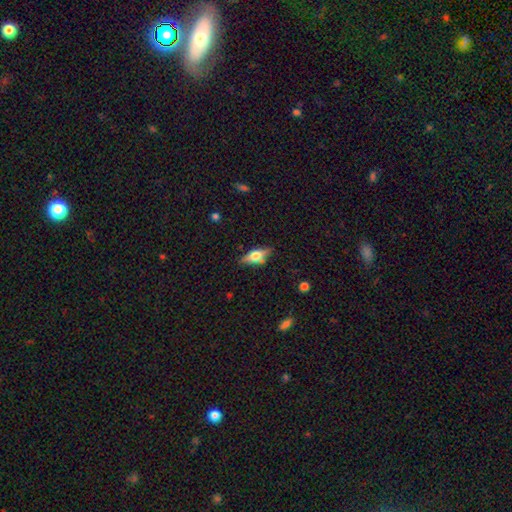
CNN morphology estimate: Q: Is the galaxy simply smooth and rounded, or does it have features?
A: smooth — 48%.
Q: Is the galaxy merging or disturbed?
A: none — 77%.